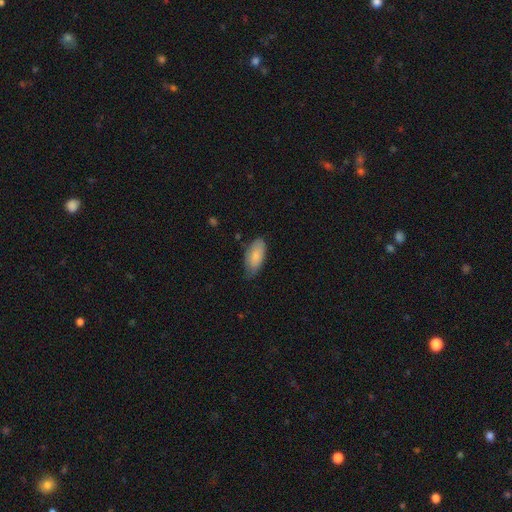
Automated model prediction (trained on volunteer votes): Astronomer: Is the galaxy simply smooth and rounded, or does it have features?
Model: smooth — 82%.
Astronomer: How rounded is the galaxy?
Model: in between — 91%.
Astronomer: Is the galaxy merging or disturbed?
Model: none — 62%.